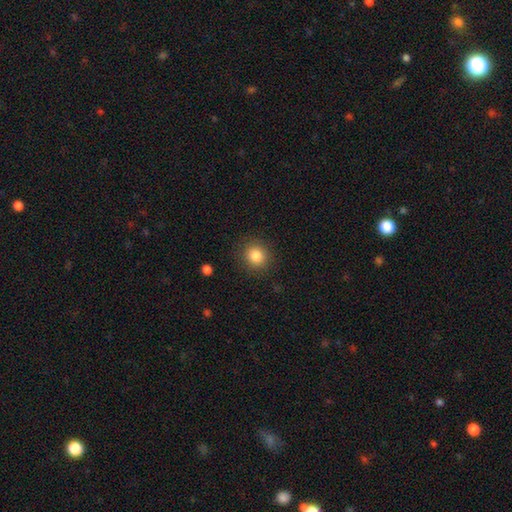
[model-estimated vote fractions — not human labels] Morphology: type=smooth (84%); roundness=round (86%); merging=none (88%).